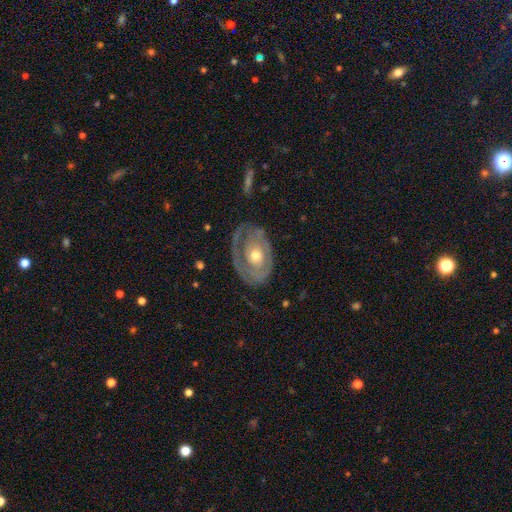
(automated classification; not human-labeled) Smooth or featured? featured or disk (73%)
Edge-on disk? no (94%)
Bar? no (83%)
Spiral arms? yes (66%)
Bulge size? moderate (68%)
Merging? none (62%)